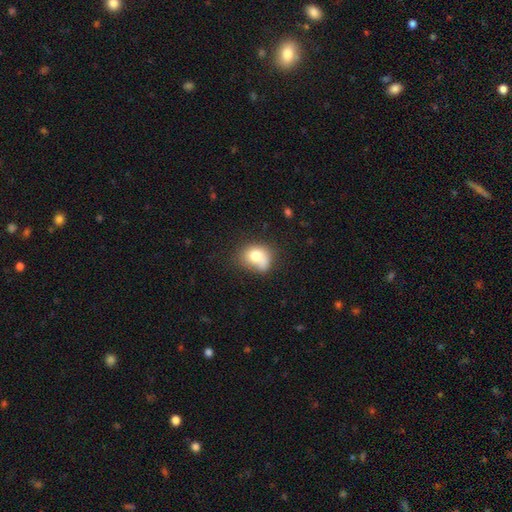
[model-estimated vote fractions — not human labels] Q: Smooth or featured?
A: smooth (75%); runner-up: featured or disk (16%)
Q: How rounded?
A: round (53%); runner-up: in between (46%)
Q: Merging?
A: none (40%); runner-up: minor disturbance (30%)